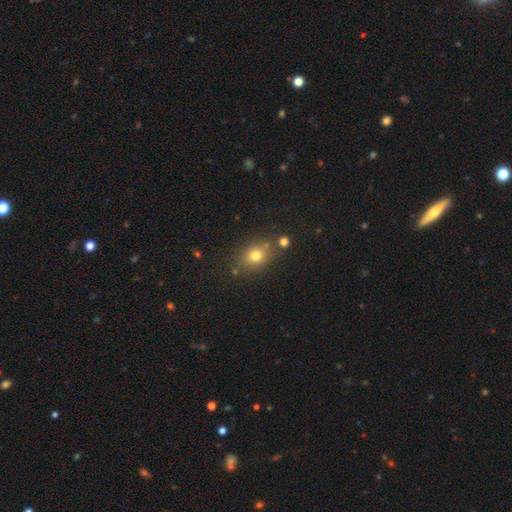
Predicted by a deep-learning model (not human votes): Smooth or featured?
  - smooth: 75% *
  - star or artifact: 14%
  - featured or disk: 11%
How rounded?
  - round: 50% *
  - in between: 48%
  - cigar-shaped: 1%
Merging?
  - none: 73% *
  - minor disturbance: 13%
  - merger: 9%
  - major disturbance: 5%